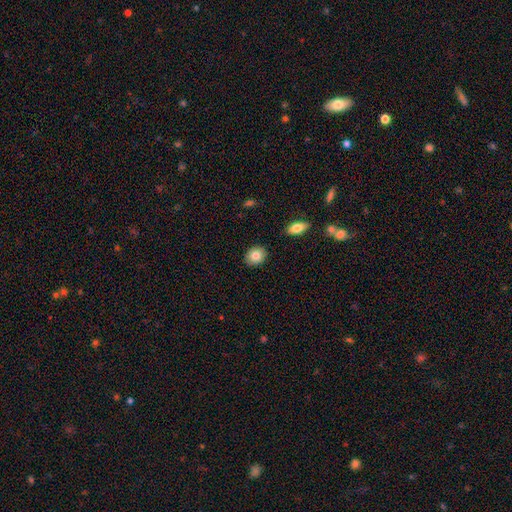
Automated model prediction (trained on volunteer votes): The model was most divided on "how rounded": round: 55%, in between: 44%, cigar-shaped: 1%. More confident: merging — none (88%); smooth or featured — smooth (83%).